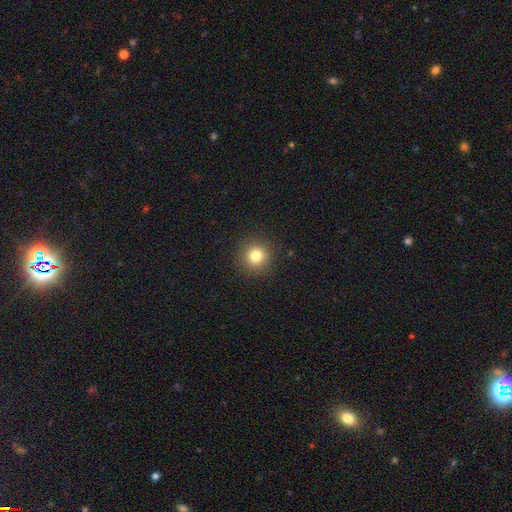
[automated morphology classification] Smooth or featured?
  - smooth: 80% *
  - star or artifact: 13%
  - featured or disk: 7%
How rounded?
  - round: 94% *
  - in between: 5%
  - cigar-shaped: 1%
Merging?
  - none: 91% *
  - minor disturbance: 6%
  - major disturbance: 2%
  - merger: 1%